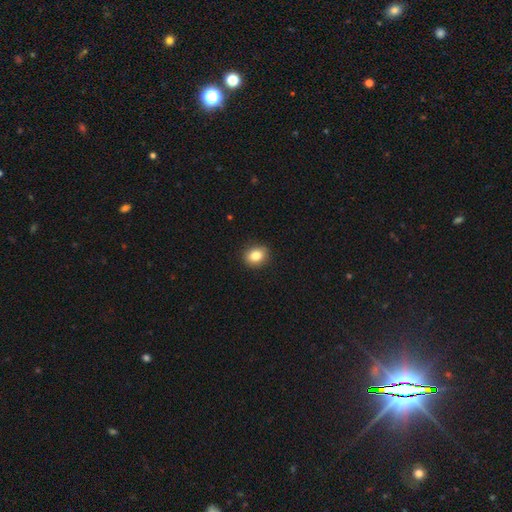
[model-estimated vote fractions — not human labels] This appears to be a smooth galaxy with no disk features (85%) that is round (57%). Merging: none (89%).